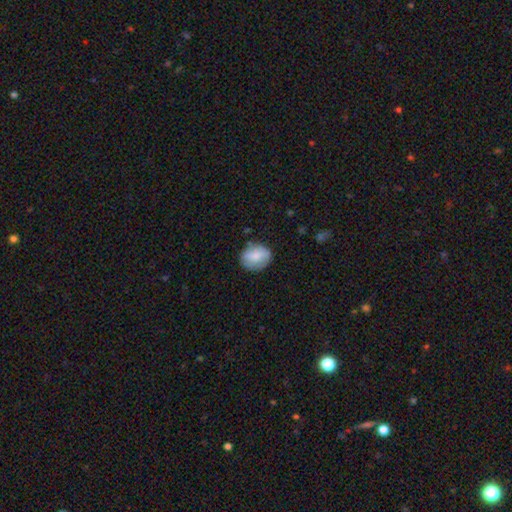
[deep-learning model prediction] Smooth or featured? Predicted: smooth (p=0.71). How rounded? Predicted: round (p=0.55). Merging? Predicted: none (p=0.72).